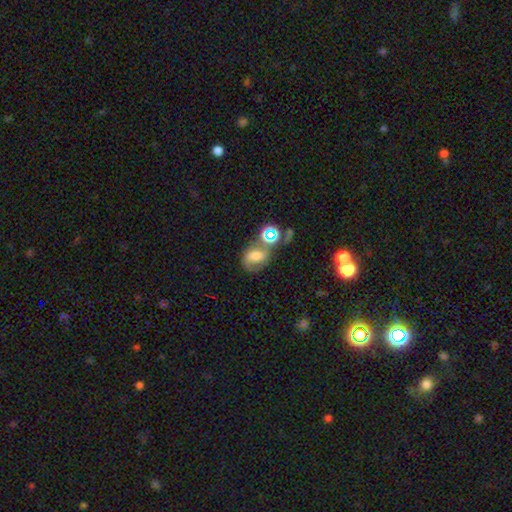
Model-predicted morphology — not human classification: A smooth galaxy with no disk features (41%, tied with featured or disk).

Vote fractions:
- Smooth or featured? smooth: 41% (tied) / featured or disk: 41% (tied) / star or artifact: 18%
- Merging? none: 47% / merger: 22% / minor disturbance: 19% / major disturbance: 12%